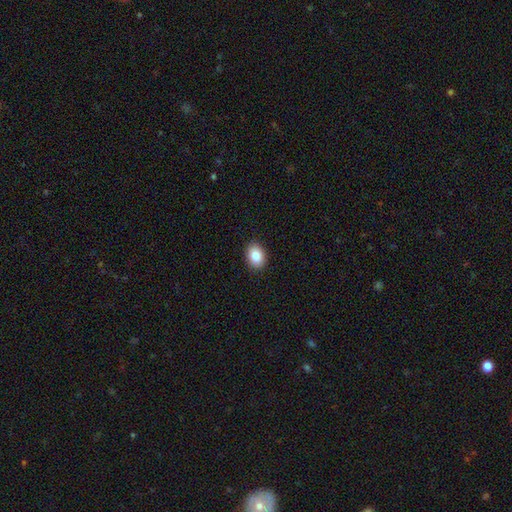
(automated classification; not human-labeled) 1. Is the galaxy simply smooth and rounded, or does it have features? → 86% smooth, 8% star or artifact, 6% featured or disk.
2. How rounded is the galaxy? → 72% in between, 27% round, 1% cigar-shaped.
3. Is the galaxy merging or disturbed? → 90% none, 7% minor disturbance, 2% major disturbance, 1% merger.